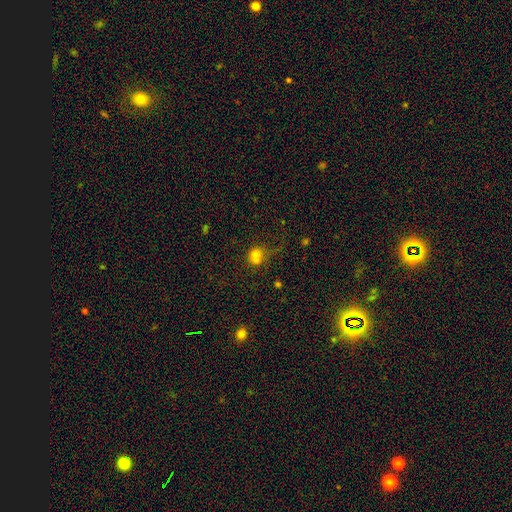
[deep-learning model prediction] smooth 71%, star or artifact 17%, featured or disk 12%. Down the decision tree: how rounded — round (71%); merging — merger (42%).